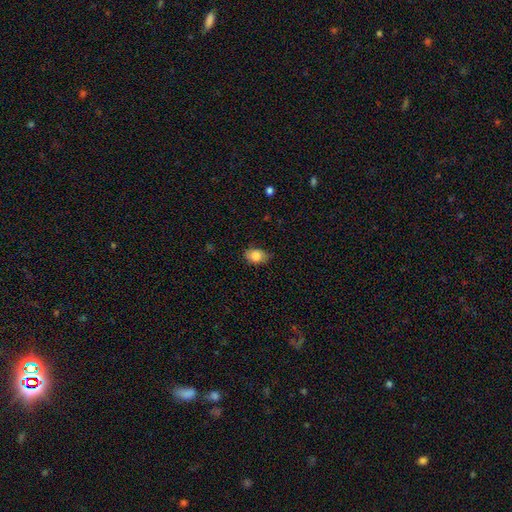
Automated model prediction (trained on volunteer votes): Q: Smooth or featured?
A: smooth (84%); runner-up: star or artifact (8%)
Q: How rounded?
A: in between (77%); runner-up: round (22%)
Q: Merging?
A: none (75%); runner-up: minor disturbance (21%)